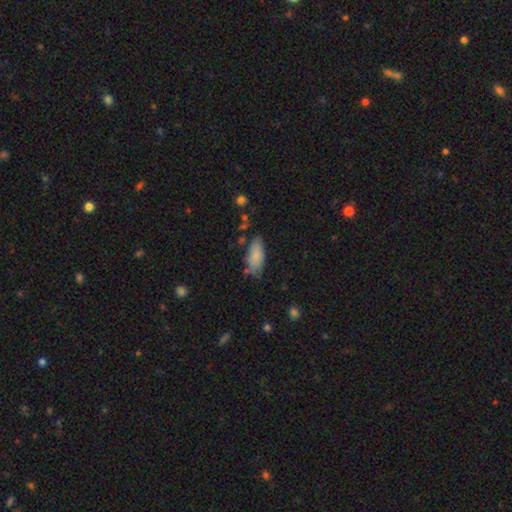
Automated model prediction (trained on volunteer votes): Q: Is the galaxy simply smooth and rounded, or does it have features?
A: smooth — 84%.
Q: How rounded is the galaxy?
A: in between — 83%.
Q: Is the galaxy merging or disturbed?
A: none — 67%.